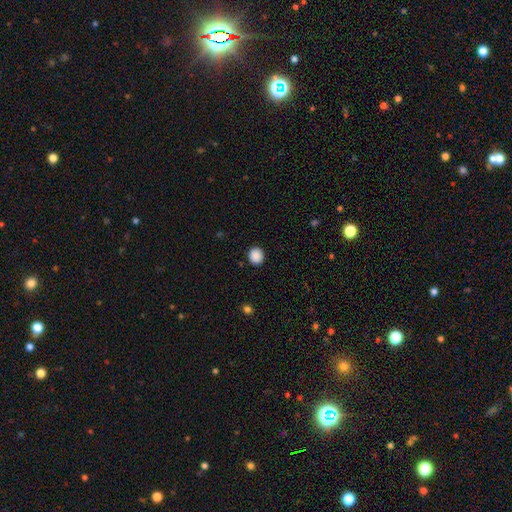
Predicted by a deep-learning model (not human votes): Smooth or featured: smooth — 89% (star or artifact — 9%)
How rounded: round — 86% (in between — 13%)
Merging: none — 91% (minor disturbance — 6%)